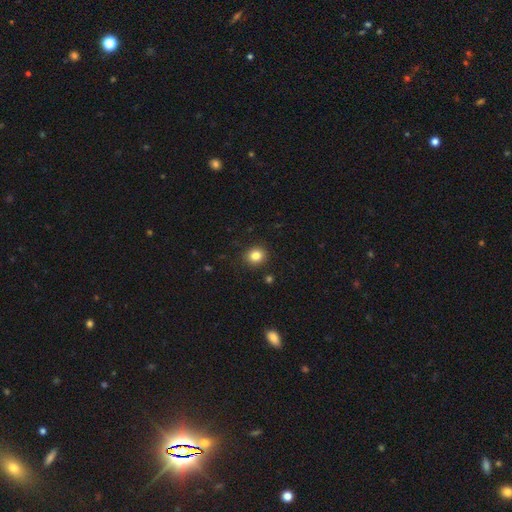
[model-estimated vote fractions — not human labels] smooth 83%, star or artifact 11%, featured or disk 6%. Down the decision tree: how rounded — round (81%); merging — none (90%).